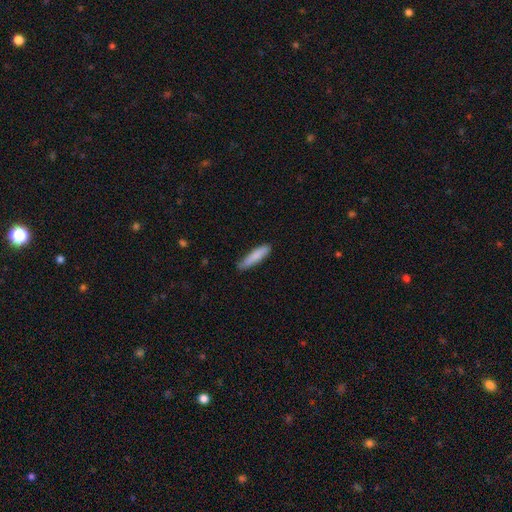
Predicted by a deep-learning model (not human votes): Overall: smooth (84%). How rounded: cigar-shaped (81%). Merging: none (79%).